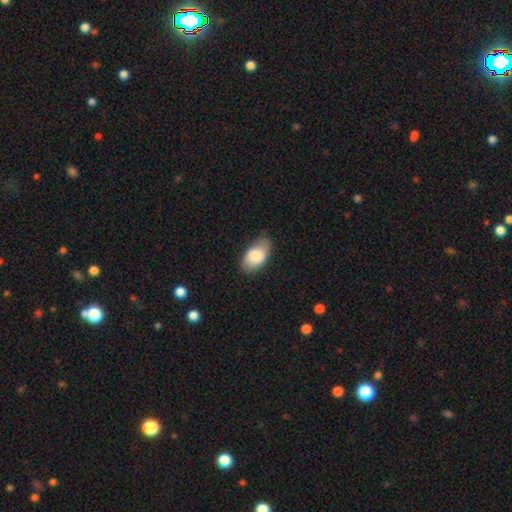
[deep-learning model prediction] A smooth galaxy with no disk features (82%) that is in between round and cigar-shaped (93%). Merging: none (62%).